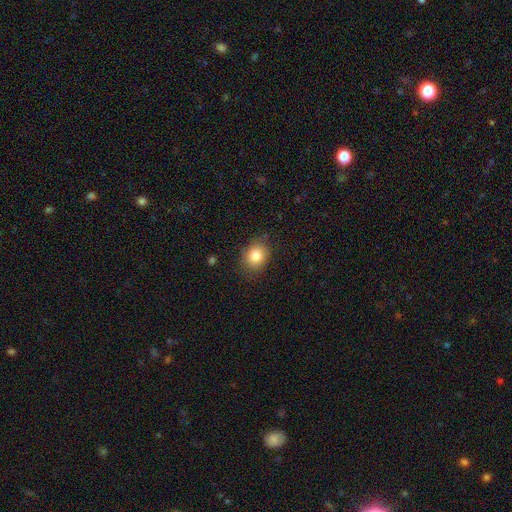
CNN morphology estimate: This appears to be a smooth galaxy with no disk features (83%) that is round (60%). Merging: none (83%).